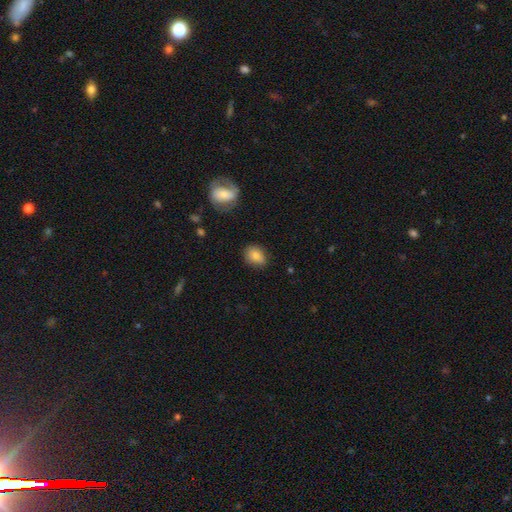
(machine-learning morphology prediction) A smooth galaxy with no disk features (80%) that is in between round and cigar-shaped (58%). Merging: none (79%).